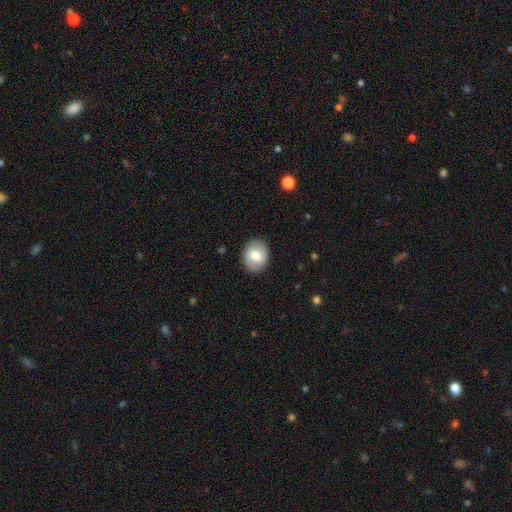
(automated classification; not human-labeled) Smooth or featured? Predicted: smooth (p=0.72). How rounded? Predicted: round (p=0.50). Merging? Predicted: none (p=0.87).